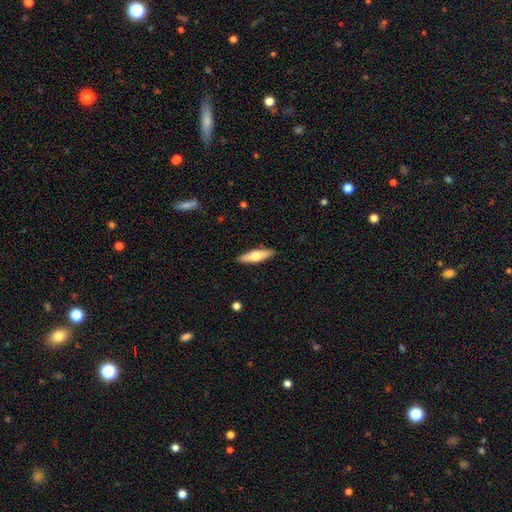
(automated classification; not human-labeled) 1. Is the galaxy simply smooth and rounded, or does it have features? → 55% smooth, 39% featured or disk, 5% star or artifact.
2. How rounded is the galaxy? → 67% cigar-shaped, 31% in between, 2% round.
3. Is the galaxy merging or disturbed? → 90% none, 8% minor disturbance, 2% major disturbance, 1% merger.